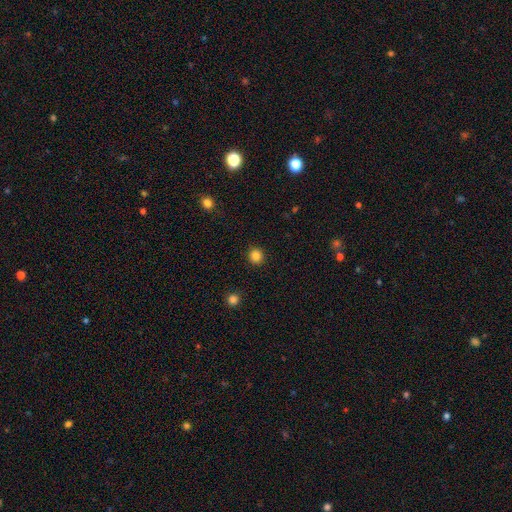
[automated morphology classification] The model was most divided on "smooth or featured": smooth: 85%, star or artifact: 11%, featured or disk: 4%. More confident: merging — none (92%); how rounded — round (91%).